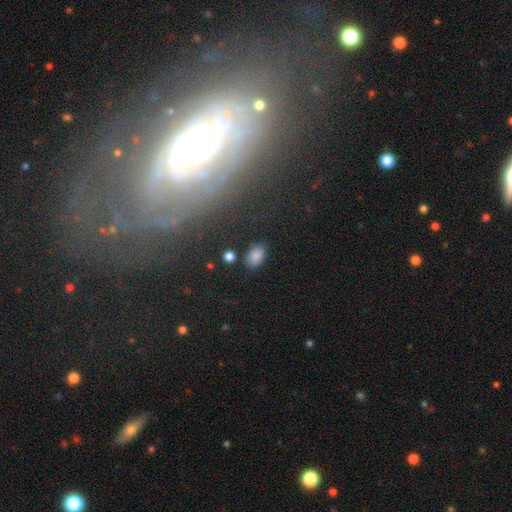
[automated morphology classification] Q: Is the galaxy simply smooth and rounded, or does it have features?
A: smooth — 84%.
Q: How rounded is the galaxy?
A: in between — 87%.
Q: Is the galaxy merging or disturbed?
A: none — 80%.